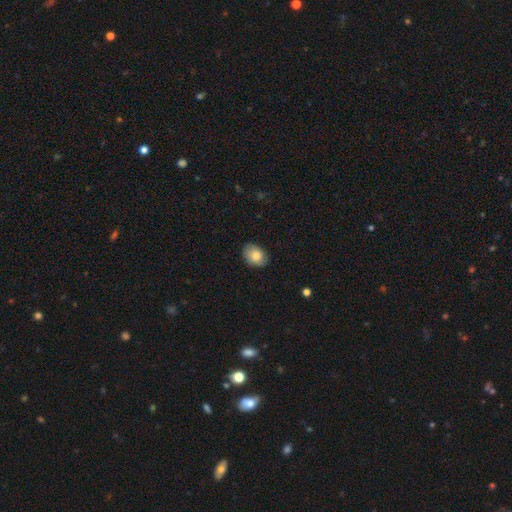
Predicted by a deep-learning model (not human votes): Smooth or featured? smooth (82%)
How rounded? in between (73%)
Merging? none (83%)